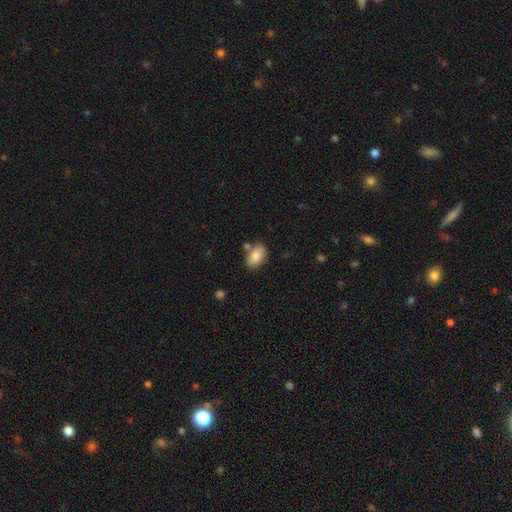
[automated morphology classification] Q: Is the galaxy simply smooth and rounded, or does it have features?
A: smooth — 85%.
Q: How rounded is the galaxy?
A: in between — 90%.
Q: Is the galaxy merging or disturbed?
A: none — 72%.